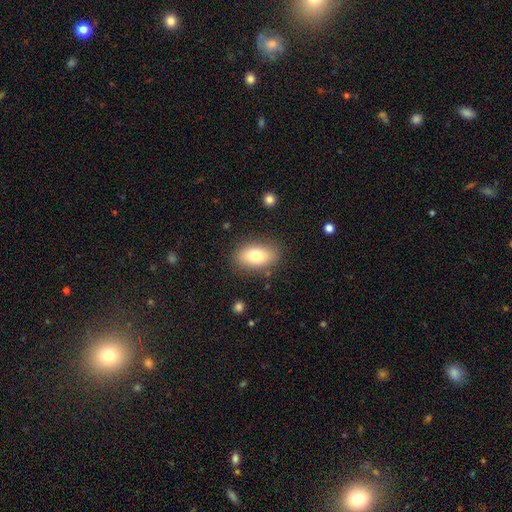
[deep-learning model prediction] Smooth or featured? Predicted: smooth (p=0.77). How rounded? Predicted: in between (p=0.88). Merging? Predicted: none (p=0.84).